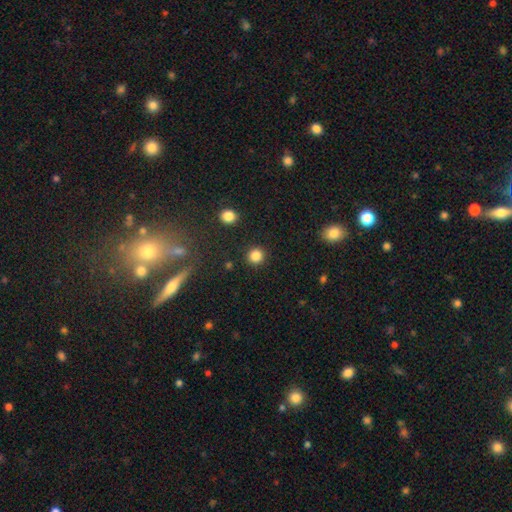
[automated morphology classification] Overall: smooth (84%). How rounded: round (93%). Merging: none (91%).